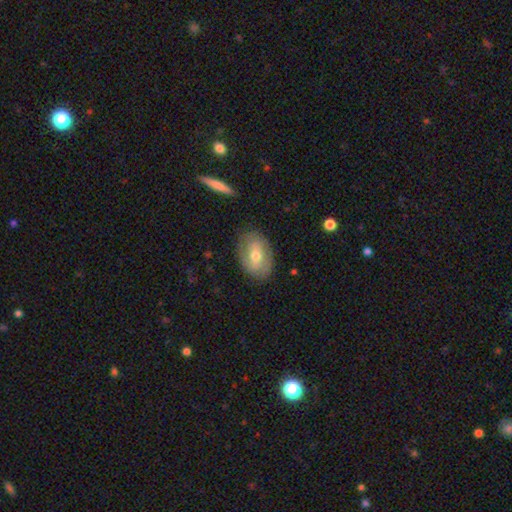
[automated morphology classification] This appears to be a smooth galaxy with no disk features (50%) that is in between round and cigar-shaped (83%). Merging: none (80%).